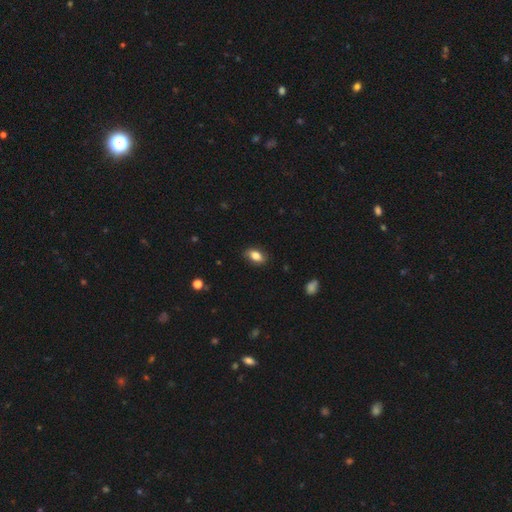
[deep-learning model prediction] Q: Smooth or featured?
A: smooth (80%); runner-up: featured or disk (12%)
Q: How rounded?
A: in between (88%); runner-up: round (8%)
Q: Merging?
A: none (85%); runner-up: minor disturbance (12%)